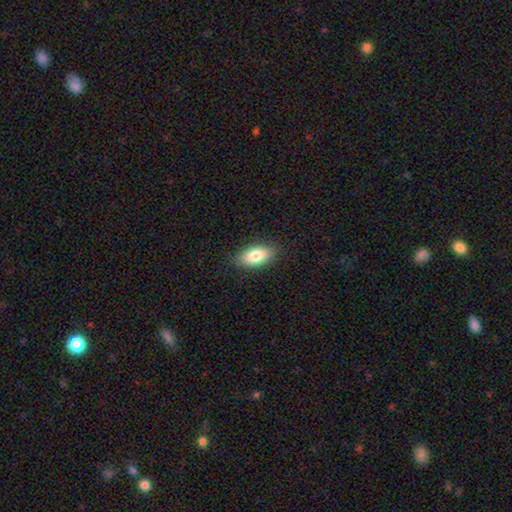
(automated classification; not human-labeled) Morphology: type=smooth (80%); roundness=in between (90%); merging=none (87%).